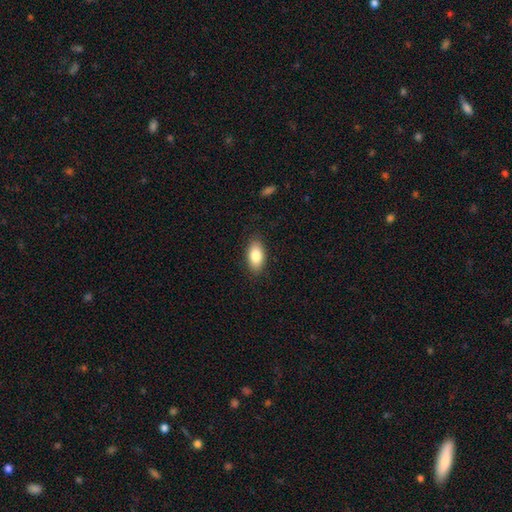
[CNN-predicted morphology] Smooth or featured?
  - smooth: 83% *
  - featured or disk: 10%
  - star or artifact: 7%
How rounded?
  - in between: 92% *
  - round: 5%
  - cigar-shaped: 4%
Merging?
  - none: 87% *
  - minor disturbance: 10%
  - major disturbance: 2%
  - merger: 1%